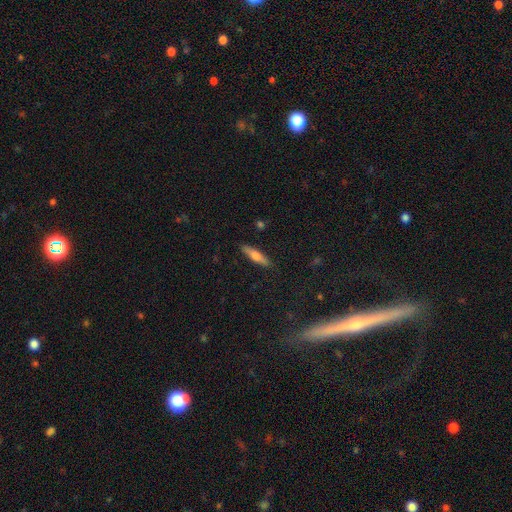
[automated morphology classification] This is likely a smooth galaxy (61%). How rounded: likely cigar-shaped (77%). Merging: clearly none (88%).